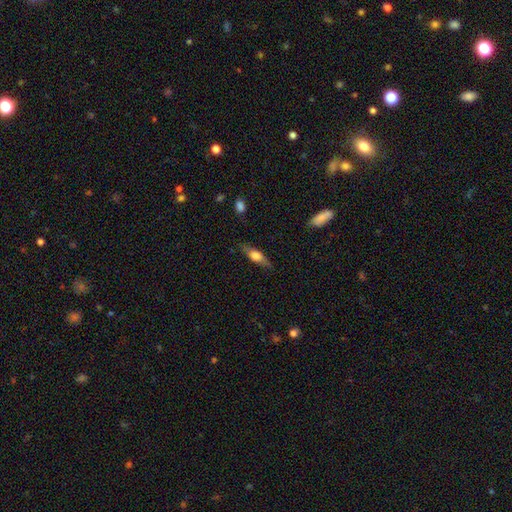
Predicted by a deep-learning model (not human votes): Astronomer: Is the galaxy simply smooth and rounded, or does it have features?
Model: smooth — 56% (runner-up: featured or disk, 37%).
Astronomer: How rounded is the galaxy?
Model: in between — 50% (runner-up: cigar-shaped, 46%).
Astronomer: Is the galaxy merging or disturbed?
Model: none — 81%.